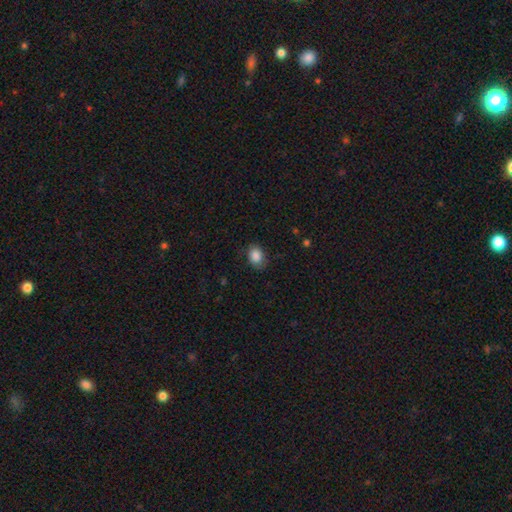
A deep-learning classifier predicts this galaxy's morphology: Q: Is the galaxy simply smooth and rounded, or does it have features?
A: smooth — 87%.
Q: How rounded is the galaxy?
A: in between — 67%.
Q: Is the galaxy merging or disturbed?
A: none — 78%.